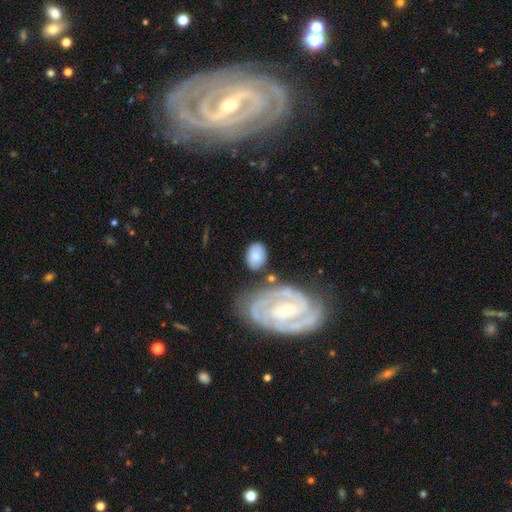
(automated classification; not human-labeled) The model was most divided on "smooth or featured": smooth: 66%, featured or disk: 27%, star or artifact: 6%. More confident: how rounded — in between (79%); merging — none (64%).